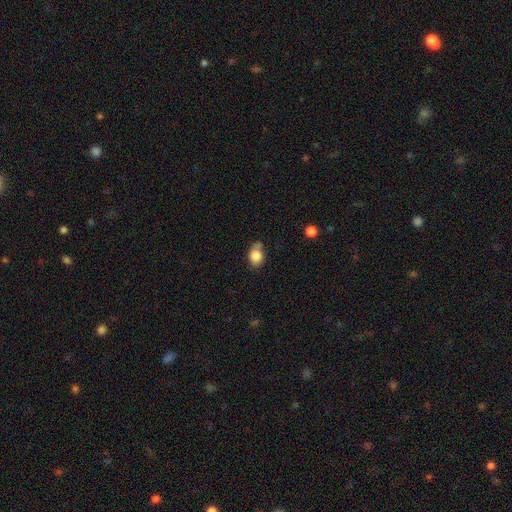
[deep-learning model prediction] Morphology: type=smooth (82%); roundness=in between (63%); merging=none (54%).